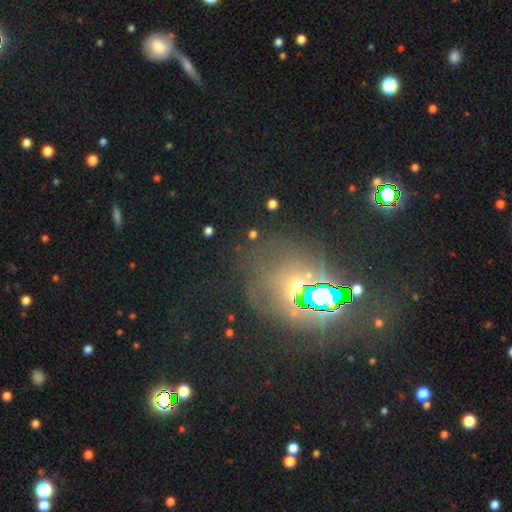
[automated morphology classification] A star or artifact, not a galaxy (68%).

Vote fractions:
- Smooth or featured? star or artifact: 68% / smooth: 17% / featured or disk: 14%